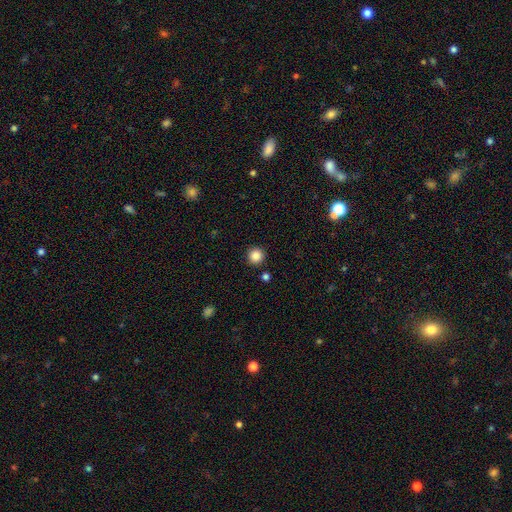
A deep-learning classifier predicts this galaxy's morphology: smooth 86%, star or artifact 11%, featured or disk 3%. Down the decision tree: how rounded — round (96%); merging — none (92%).